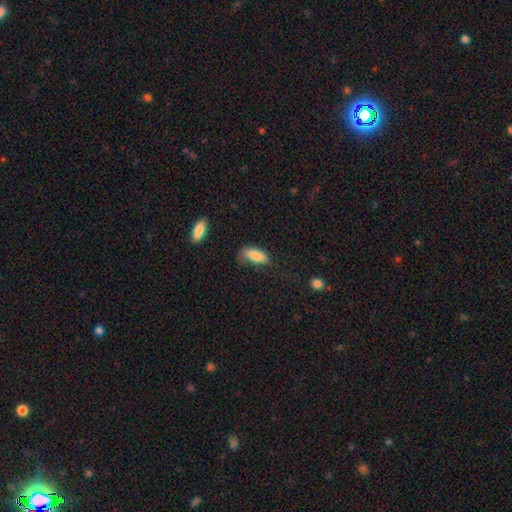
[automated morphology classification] Overall: smooth (85%). How rounded: in between (81%). Merging: none (52%; minor disturbance 34%).